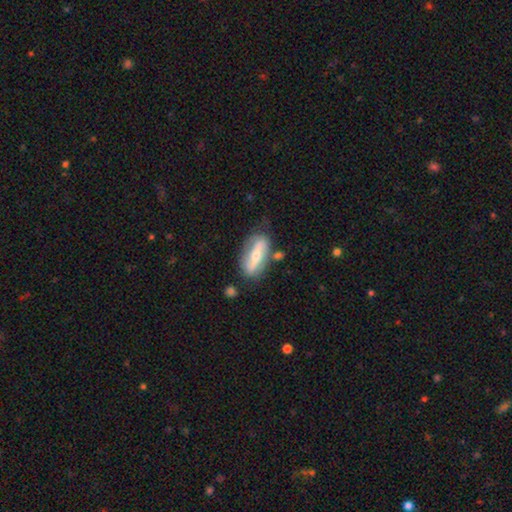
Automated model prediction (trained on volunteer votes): This is likely a featured or disk galaxy (63%). It is clearly not viewed edge-on (80%). Bar: possibly strong (48%). Spiral arm pattern: likely yes (62%). Central bulge: possibly moderate (56%). Merging: likely none (69%).